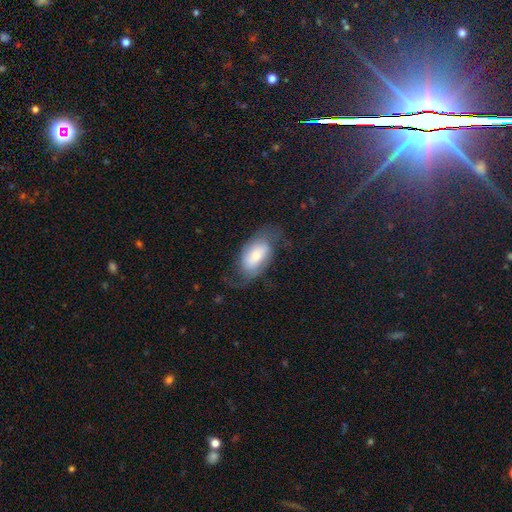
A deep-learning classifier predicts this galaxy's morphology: This appears to be a featured or disk galaxy (54%) with no bar (50%), spiral arms (83%) and a moderate central bulge (37%, tied with small). Merging: none (54%).